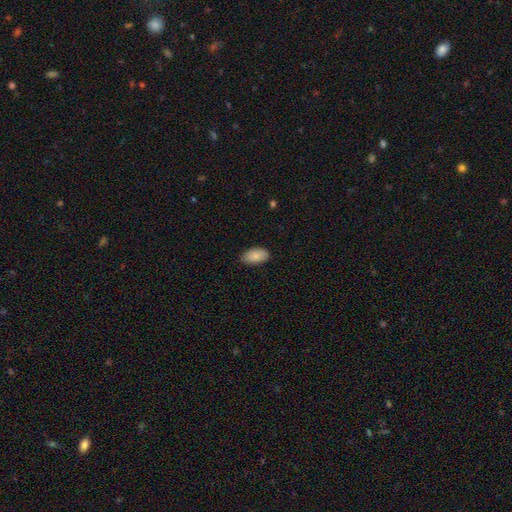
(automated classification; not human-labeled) Overall: smooth (86%). How rounded: in between (95%). Merging: none (87%).